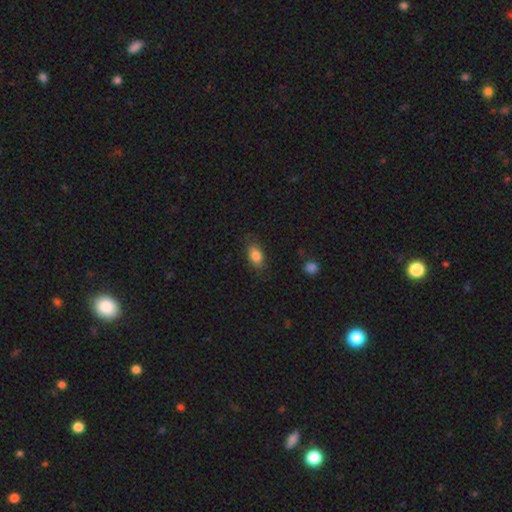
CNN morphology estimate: The model was most divided on "merging": none: 81%, minor disturbance: 14%, major disturbance: 4%, merger: 1%. More confident: how rounded — in between (86%); smooth or featured — smooth (83%).